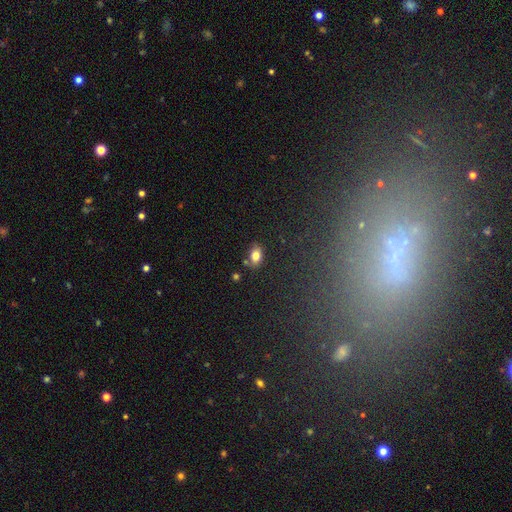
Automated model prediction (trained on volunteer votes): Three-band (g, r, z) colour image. It shows a smooth galaxy with no disk features (80%) that is in between round and cigar-shaped (85%). Merging: none (77%).